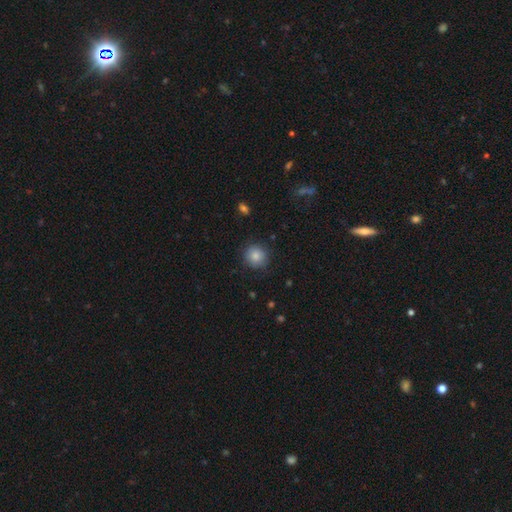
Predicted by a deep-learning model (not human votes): This is clearly a smooth galaxy (84%). How rounded: clearly round (92%). Merging: clearly none (86%).